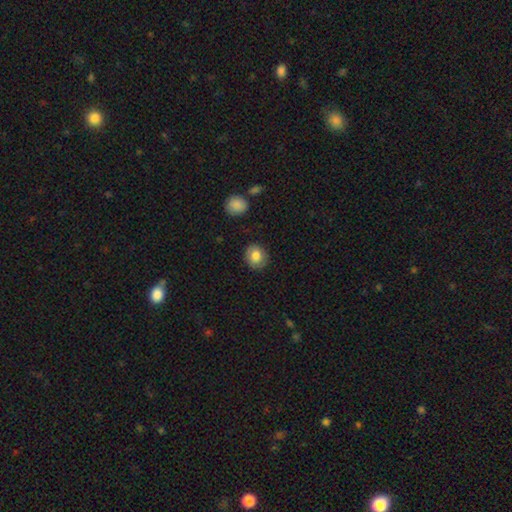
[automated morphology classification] Overall: smooth (82%). How rounded: round (76%). Merging: none (87%).